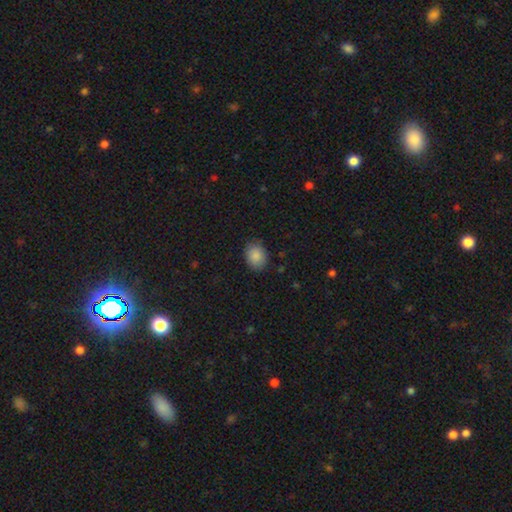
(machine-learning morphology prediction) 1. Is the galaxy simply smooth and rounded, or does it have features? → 88% smooth, 8% star or artifact, 4% featured or disk.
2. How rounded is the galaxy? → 57% in between, 42% round, 1% cigar-shaped.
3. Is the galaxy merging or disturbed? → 84% none, 12% minor disturbance, 3% major disturbance, 1% merger.